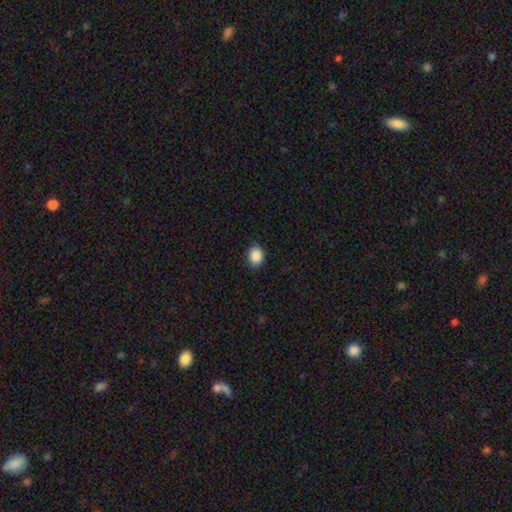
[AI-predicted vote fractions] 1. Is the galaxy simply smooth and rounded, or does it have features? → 88% smooth, 8% star or artifact, 3% featured or disk.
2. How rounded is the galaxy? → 50% in between, 49% round, 1% cigar-shaped.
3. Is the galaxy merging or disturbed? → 86% none, 11% minor disturbance, 2% major disturbance, 1% merger.